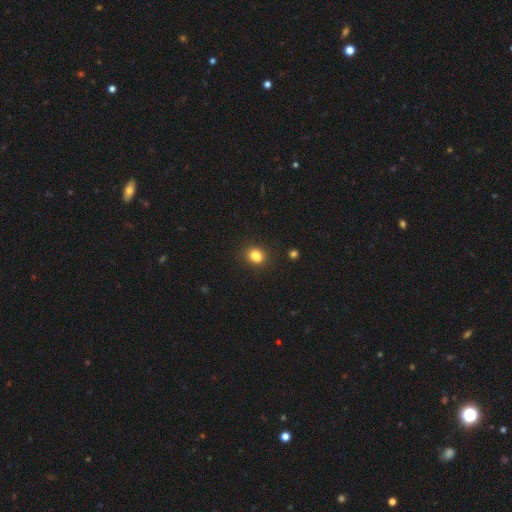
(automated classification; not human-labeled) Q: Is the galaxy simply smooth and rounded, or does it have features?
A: smooth — 83%.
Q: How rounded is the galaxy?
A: round — 57%.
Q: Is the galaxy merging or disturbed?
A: none — 84%.